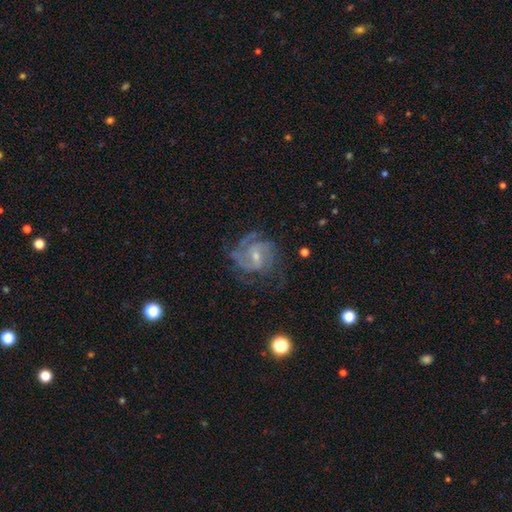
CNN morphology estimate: This appears to be a featured or disk galaxy (87%) with a weak bar (50%), 3 (32%) tight (48%) spiral arms (96%) and a small central bulge (65%). Merging: none (68%).